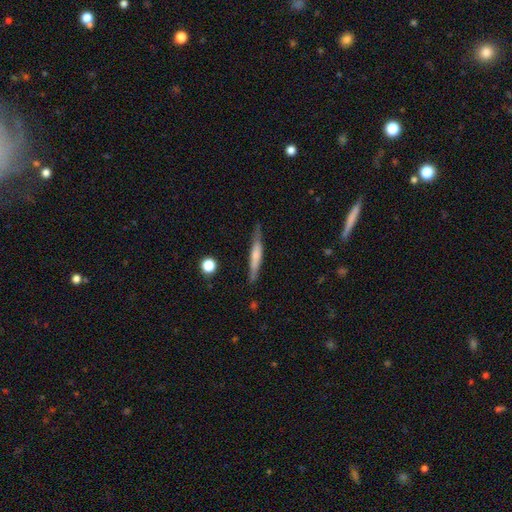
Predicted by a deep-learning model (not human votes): Smooth or featured? smooth (51%)
How rounded? cigar-shaped (92%)
Merging? none (79%)